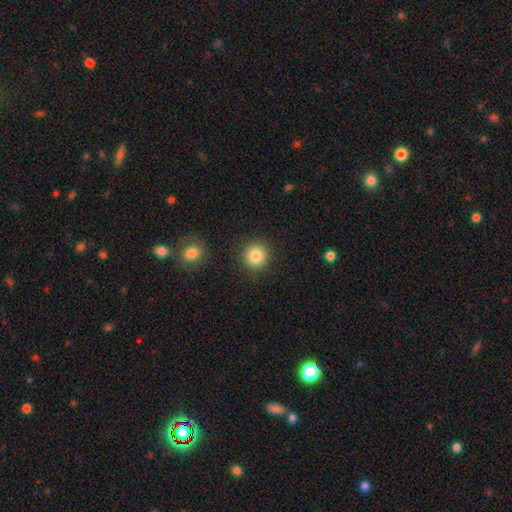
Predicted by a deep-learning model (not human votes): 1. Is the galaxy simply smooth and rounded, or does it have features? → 84% smooth, 10% star or artifact, 6% featured or disk.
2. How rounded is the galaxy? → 93% round, 6% in between, 1% cigar-shaped.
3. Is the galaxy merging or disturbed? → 89% none, 6% minor disturbance, 3% major disturbance, 2% merger.